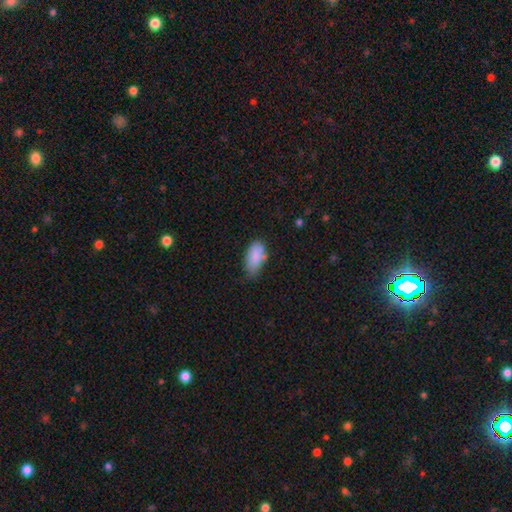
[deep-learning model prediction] The model was most divided on "merging": none: 56%, minor disturbance: 32%, major disturbance: 6%, merger: 5%. More confident: how rounded — in between (93%); smooth or featured — smooth (85%).